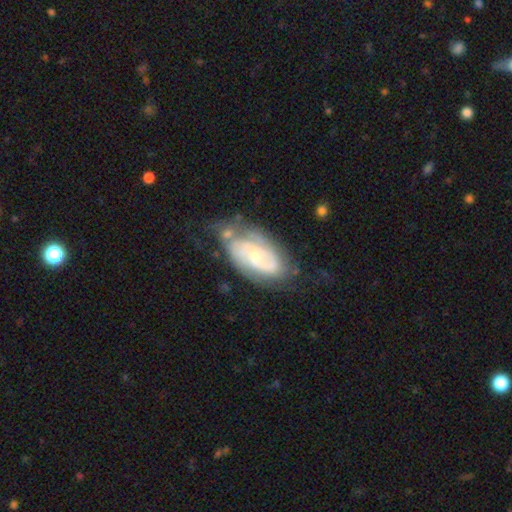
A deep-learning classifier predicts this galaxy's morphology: A featured or disk galaxy (78%) with no bar (62%), 2 (54%) tight (52%) spiral arms (89%) and a small central bulge (54%). Merging: none (48%).